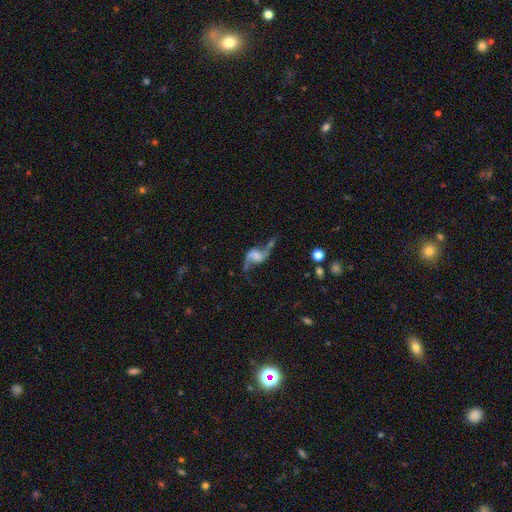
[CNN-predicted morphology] Smooth or featured? featured or disk (85%)
Edge-on disk? no (96%)
Bar? no (46%)
Spiral arms? yes (95%)
Spiral winding? loose (87%)
Spiral arm count? 2 (93%)
Bulge size? none (41%)
Merging? none (60%)